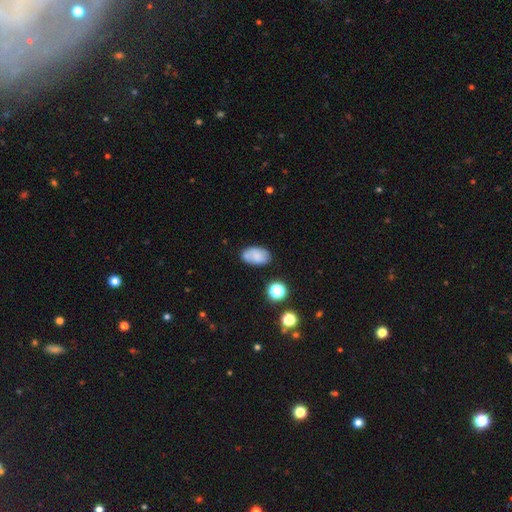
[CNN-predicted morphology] smooth 70%, featured or disk 19%, star or artifact 11%. Down the decision tree: how rounded — in between (91%); merging — none (64%).